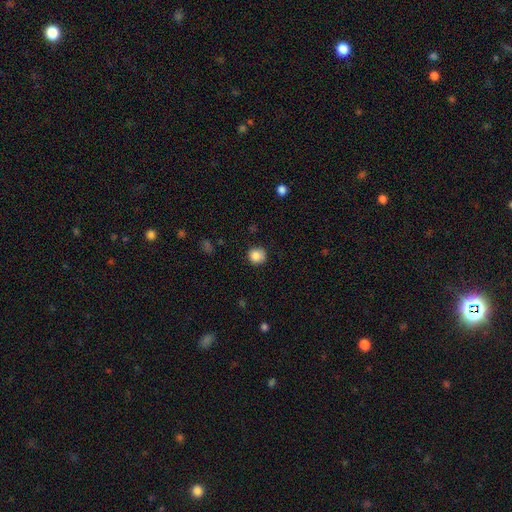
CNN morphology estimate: smooth-or-featured: smooth: 85% | star or artifact: 10% | featured or disk: 5%
  how-rounded: round: 90% | in between: 9% | cigar-shaped: 1%
  merging: none: 82% | minor disturbance: 13% | major disturbance: 3% | merger: 1%